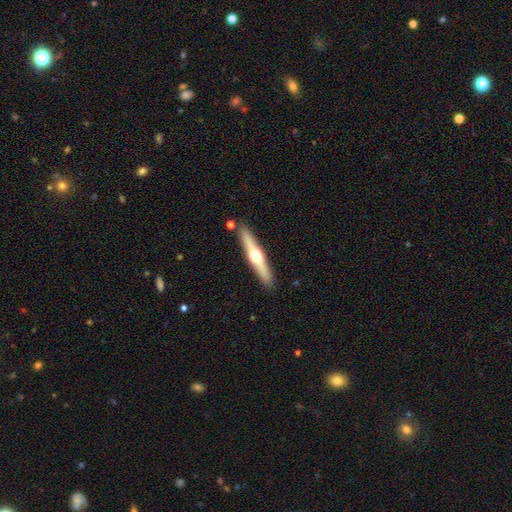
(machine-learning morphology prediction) Smooth or featured: featured or disk — 60% (smooth — 35%)
Edge-on disk: yes — 95% (no — 5%)
Edge-on bulge: rounded — 93% (none — 5%)
Merging: none — 88% (minor disturbance — 8%)